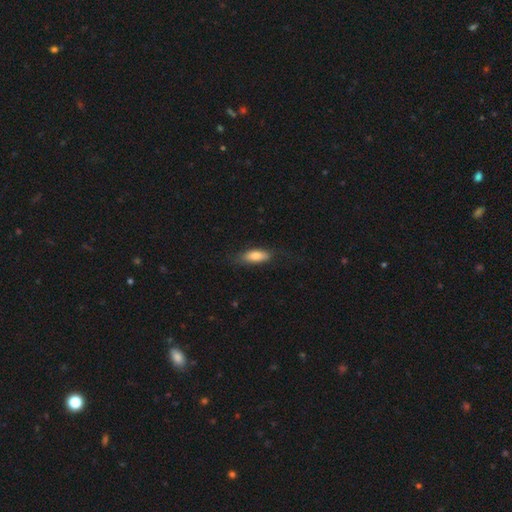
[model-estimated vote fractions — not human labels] A smooth galaxy with no disk features (78%) that is in between round and cigar-shaped (73%).

Vote fractions:
- Smooth or featured? smooth: 78% / featured or disk: 15% / star or artifact: 6%
- How rounded? in between: 73% / cigar-shaped: 25% / round: 2%
- Merging? none: 72% / minor disturbance: 20% / major disturbance: 7% / merger: 1%